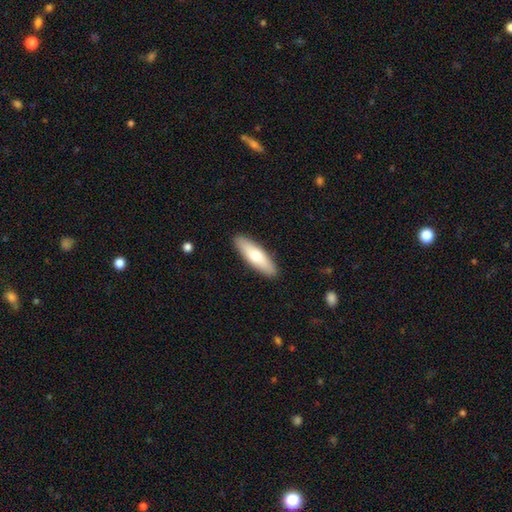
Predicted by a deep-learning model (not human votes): Smooth or featured? smooth (70%)
How rounded? cigar-shaped (57%)
Merging? none (90%)